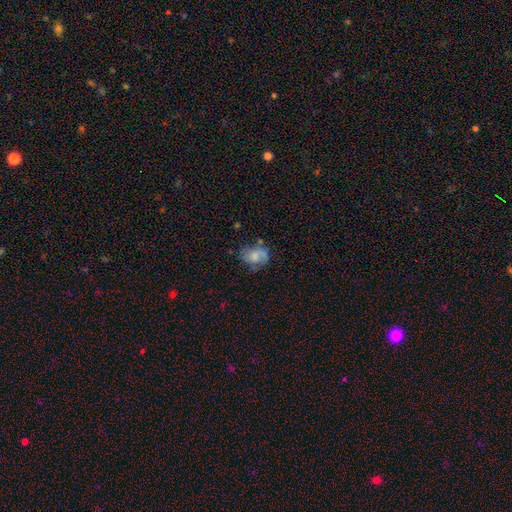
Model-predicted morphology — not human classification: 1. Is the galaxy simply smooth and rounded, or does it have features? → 57% smooth, 34% featured or disk, 9% star or artifact.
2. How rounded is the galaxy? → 65% in between, 34% round, 1% cigar-shaped.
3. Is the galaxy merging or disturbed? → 44% none, 31% minor disturbance, 19% major disturbance, 6% merger.